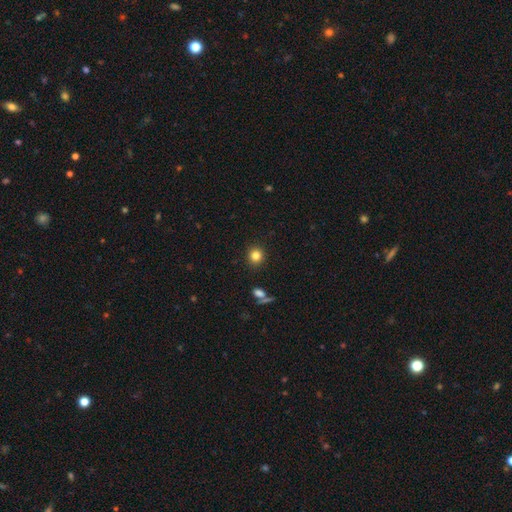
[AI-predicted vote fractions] Smooth or featured? Predicted: smooth (p=0.81). How rounded? Predicted: round (p=0.89). Merging? Predicted: none (p=0.91).